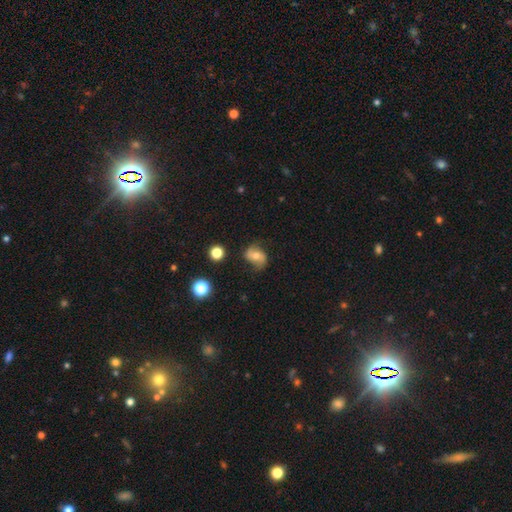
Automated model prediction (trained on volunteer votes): smooth_or_featured: featured or disk (p=0.60) [alt: smooth p=0.30]
disk_edge_on: no (p=0.97) [alt: yes p=0.03]
bar: no (p=0.52) [alt: weak p=0.35]
has_spiral_arms: yes (p=0.89) [alt: no p=0.11]
spiral_winding: loose (p=0.62) [alt: medium p=0.28]
spiral_arm_count: 2 (p=0.90) [alt: can't tell p=0.05]
bulge_size: moderate (p=0.62) [alt: small p=0.28]
merging: none (p=0.71) [alt: minor disturbance p=0.20]